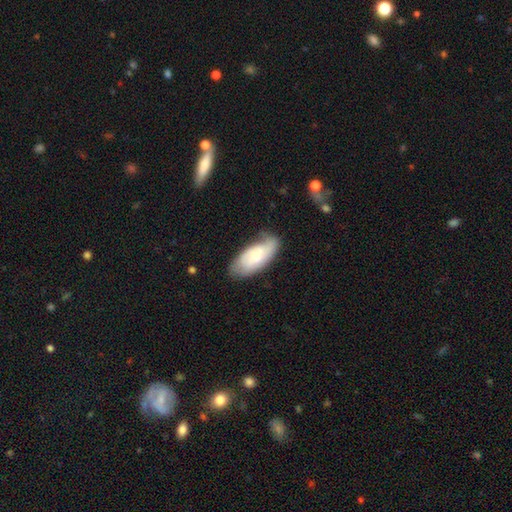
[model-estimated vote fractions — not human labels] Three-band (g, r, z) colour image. It shows a smooth galaxy with no disk features (59%) that is in between round and cigar-shaped (89%). Merging: none (62%).